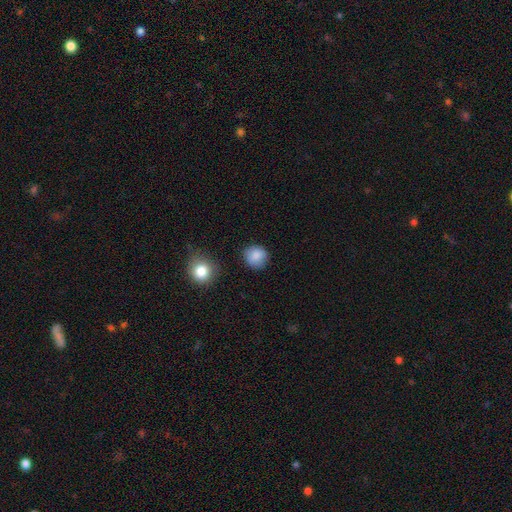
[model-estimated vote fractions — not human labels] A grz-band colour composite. It shows a smooth galaxy with no disk features (86%) that is round (89%). Merging: none (82%).